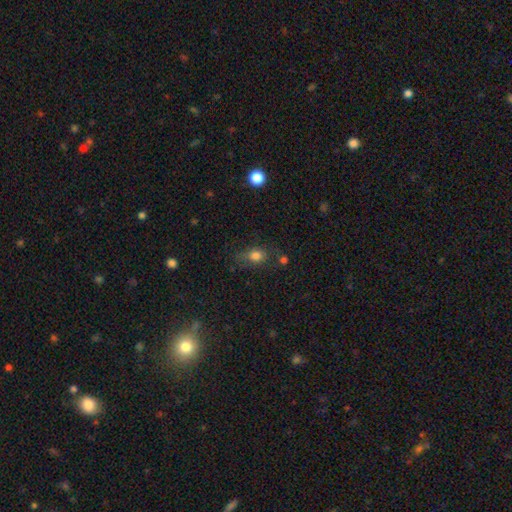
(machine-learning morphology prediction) A smooth galaxy with no disk features (77%) that is in between round and cigar-shaped (54%). Merging: none (61%).